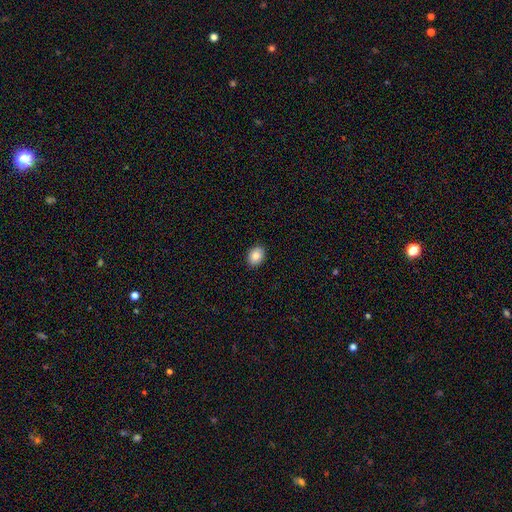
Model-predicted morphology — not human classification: smooth_or_featured: smooth (p=0.87) [alt: star or artifact p=0.08]
how_rounded: in between (p=0.71) [alt: round p=0.28]
merging: none (p=0.90) [alt: minor disturbance p=0.07]